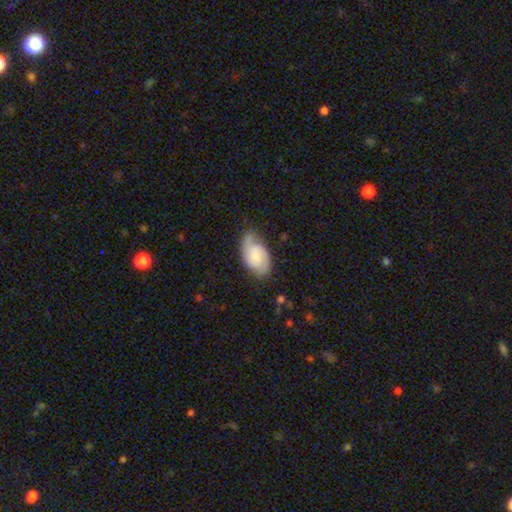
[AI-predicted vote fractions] This appears to be a featured or disk galaxy (53%) with no bar (64%), spiral arms (87%) and a small central bulge (46%). Merging: none (58%).